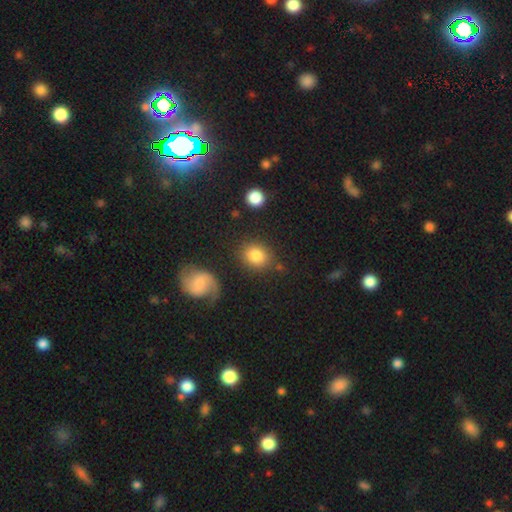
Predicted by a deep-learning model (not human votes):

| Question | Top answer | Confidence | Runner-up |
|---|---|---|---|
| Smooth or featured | smooth | 81% | featured or disk (10%) |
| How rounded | round | 65% | in between (34%) |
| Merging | none | 78% | minor disturbance (12%) |